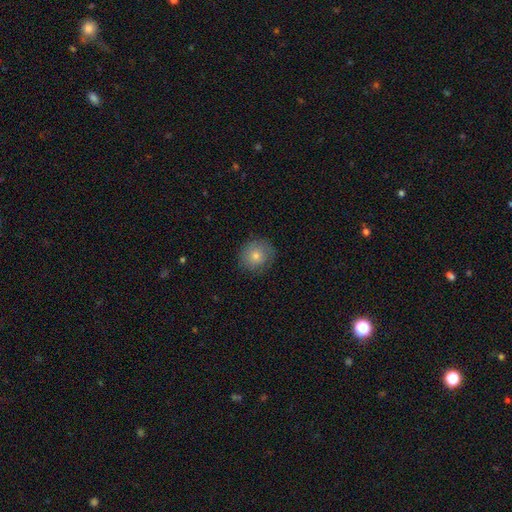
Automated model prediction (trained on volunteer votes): This is likely a smooth galaxy (74%). How rounded: clearly round (89%). Merging: clearly none (84%).